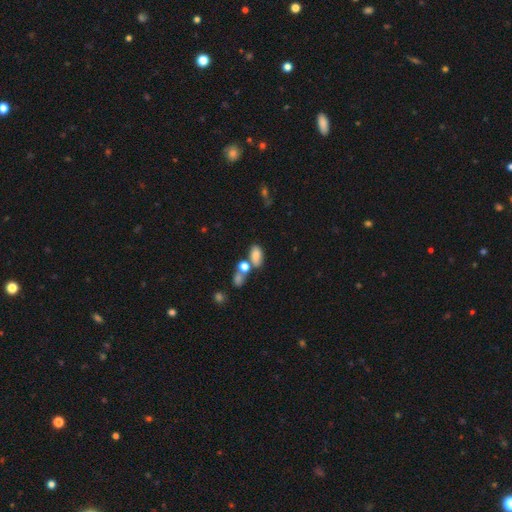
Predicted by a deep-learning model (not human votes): This appears to be a smooth galaxy with no disk features (76%) that is in between round and cigar-shaped (88%). Merging: none (48%).